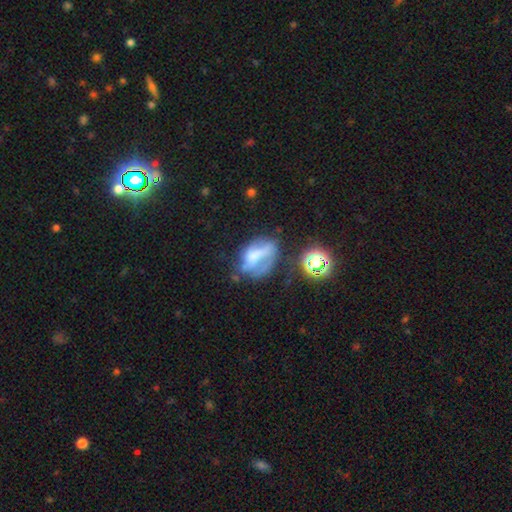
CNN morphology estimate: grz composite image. It shows a featured or disk galaxy (47%). Merging: major disturbance (34%).